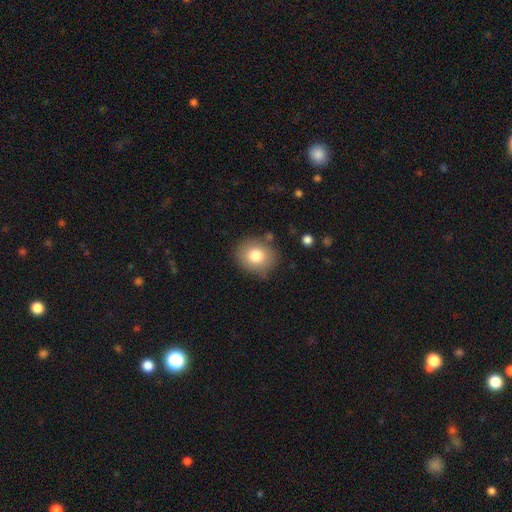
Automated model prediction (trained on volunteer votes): Overall: smooth (79%). How rounded: round (72%). Merging: none (81%).